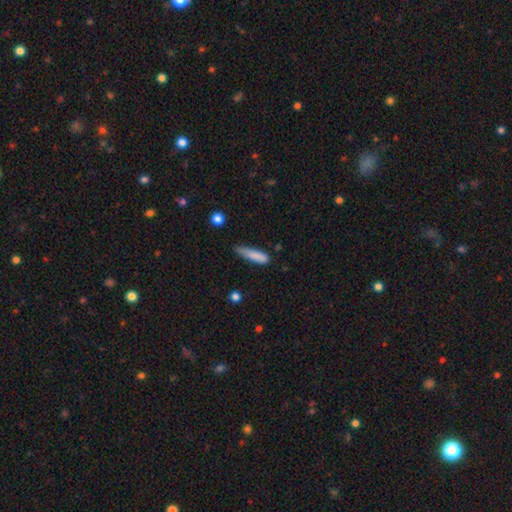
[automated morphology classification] This appears to be a smooth galaxy with no disk features (82%) that is cigar-shaped (78%). Merging: none (46%).